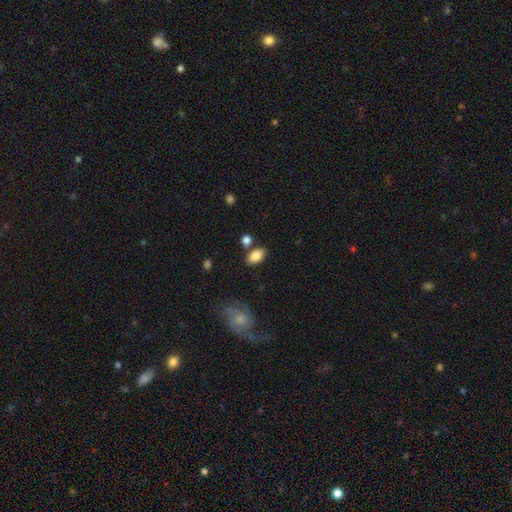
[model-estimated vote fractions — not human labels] The model was most divided on "merging": none: 74%, minor disturbance: 13%, merger: 10%, major disturbance: 3%. More confident: how rounded — in between (88%); smooth or featured — smooth (85%).